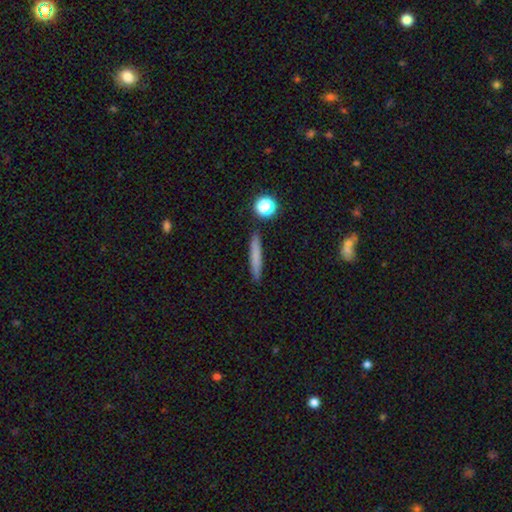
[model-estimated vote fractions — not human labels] A smooth galaxy with no disk features (74%) that is cigar-shaped (93%). Merging: none (88%).